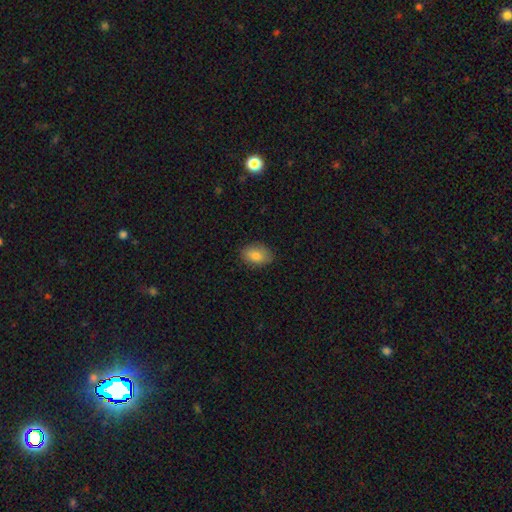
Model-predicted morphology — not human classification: This is clearly a smooth galaxy (82%). How rounded: clearly in between (87%). Merging: clearly none (84%).